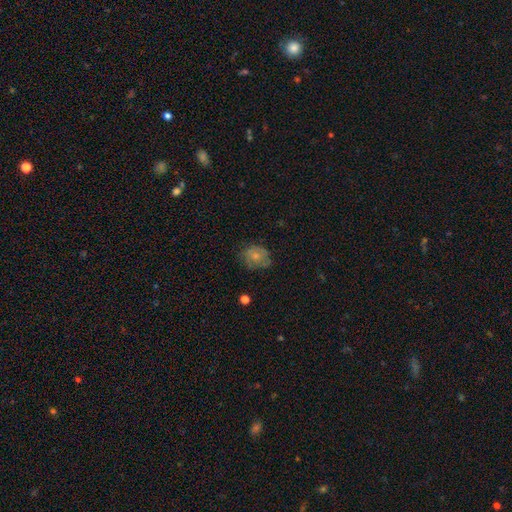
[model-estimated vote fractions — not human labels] Smooth or featured?
  - smooth: 67% *
  - featured or disk: 24%
  - star or artifact: 9%
How rounded?
  - round: 53% *
  - in between: 46%
  - cigar-shaped: 1%
Merging?
  - none: 63% *
  - minor disturbance: 26%
  - major disturbance: 9%
  - merger: 2%